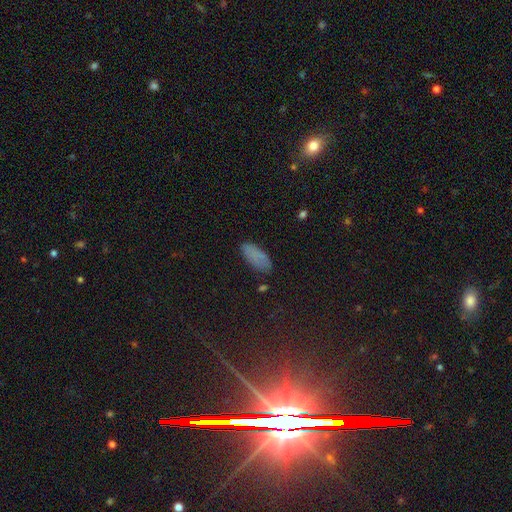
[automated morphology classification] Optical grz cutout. It shows a smooth galaxy with no disk features (76%) that is in between round and cigar-shaped (84%). Merging: none (80%).